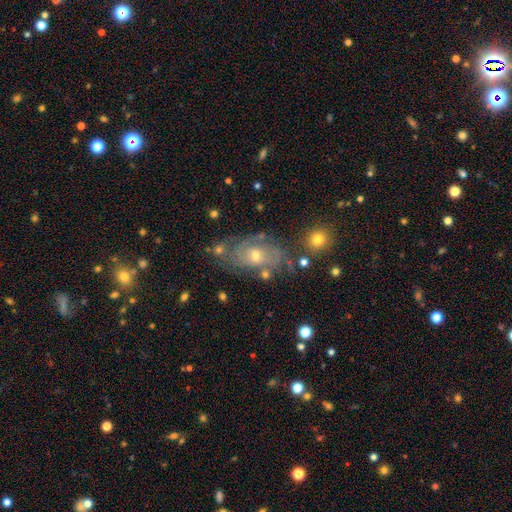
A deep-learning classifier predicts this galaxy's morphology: Smooth or featured?
  - featured or disk: 67% *
  - smooth: 22%
  - star or artifact: 11%
Edge-on disk?
  - no: 93% *
  - yes: 7%
Bar?
  - no: 76% *
  - weak: 20%
  - strong: 4%
Spiral arms?
  - yes: 78% *
  - no: 22%
Bulge size?
  - moderate: 50% *
  - small: 45%
  - large: 2%
  - none: 1%
  - dominant: 1%
Merging?
  - none: 62% *
  - minor disturbance: 22%
  - major disturbance: 10%
  - merger: 7%